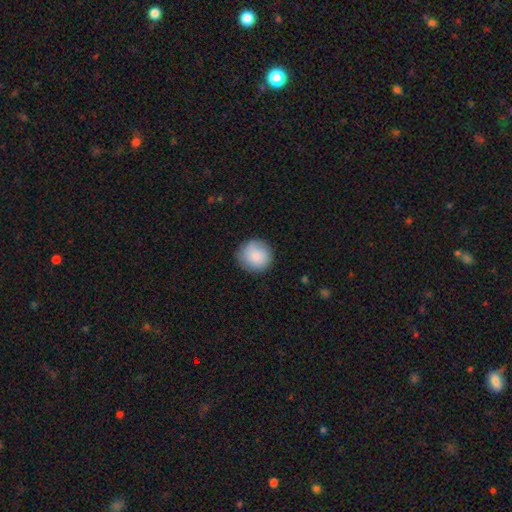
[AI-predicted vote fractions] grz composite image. It shows a smooth galaxy with no disk features (86%) that is round (92%). Merging: none (83%).